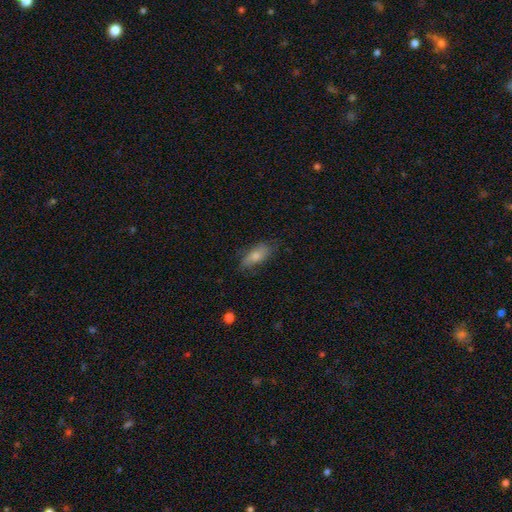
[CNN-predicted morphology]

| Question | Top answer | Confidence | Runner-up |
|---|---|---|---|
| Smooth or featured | smooth | 64% | featured or disk (26%) |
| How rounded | in between | 73% | cigar-shaped (23%) |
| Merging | none | 73% | minor disturbance (20%) |